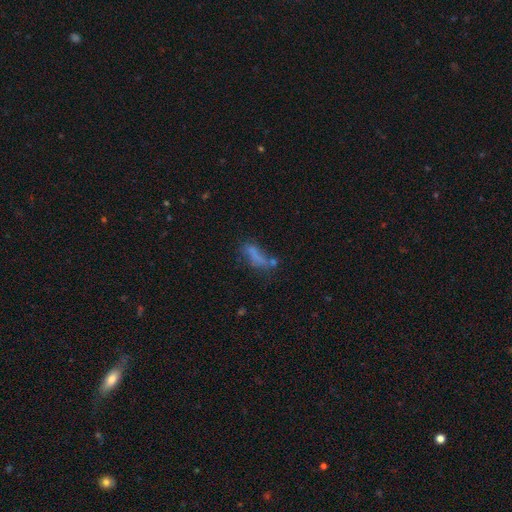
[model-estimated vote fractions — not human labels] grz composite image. It shows a smooth galaxy with no disk features (57%) that is in between round and cigar-shaped (55%). Merging: none (39%).